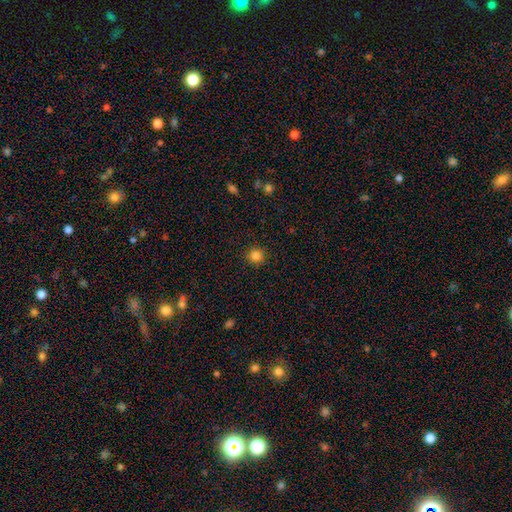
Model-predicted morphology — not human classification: Smooth or featured?
  - smooth: 84% *
  - star or artifact: 12%
  - featured or disk: 4%
How rounded?
  - round: 94% *
  - in between: 5%
  - cigar-shaped: 1%
Merging?
  - none: 91% *
  - minor disturbance: 6%
  - major disturbance: 2%
  - merger: 1%